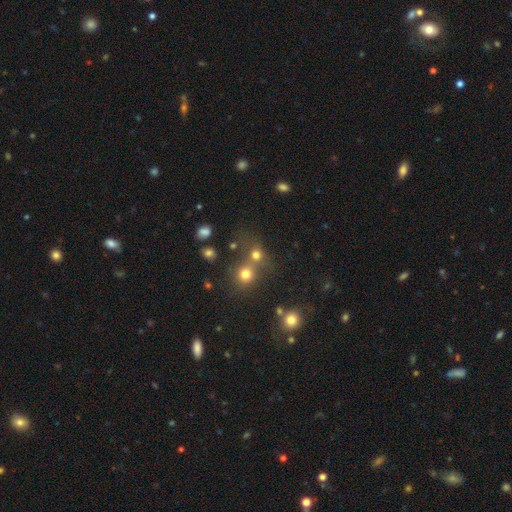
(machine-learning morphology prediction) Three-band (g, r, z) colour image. It shows a smooth galaxy with no disk features (64%) that is round (84%). Merging: none (50%).